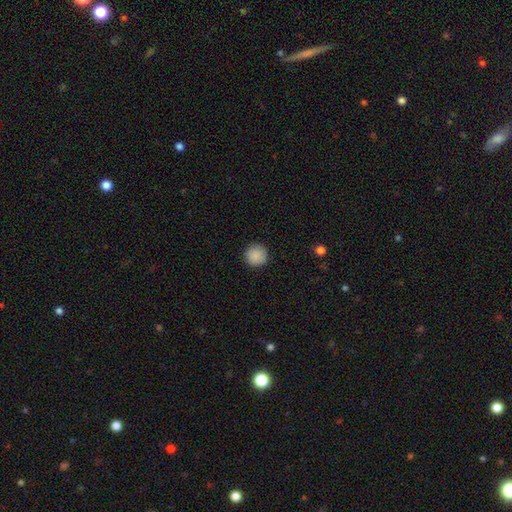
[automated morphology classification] This is clearly a smooth galaxy (89%). How rounded: clearly round (96%). Merging: clearly none (92%).